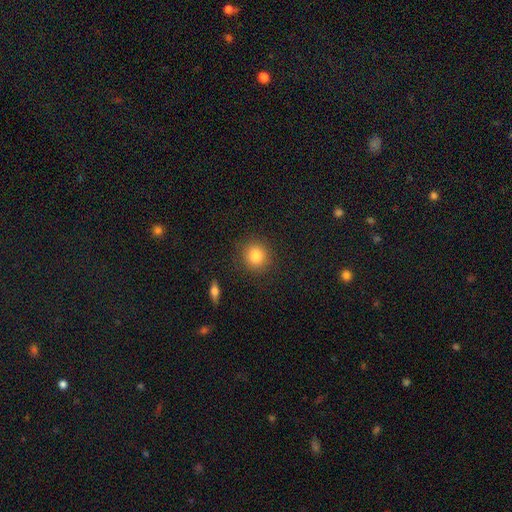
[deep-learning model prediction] The model was most divided on "smooth or featured": smooth: 82%, star or artifact: 11%, featured or disk: 8%. More confident: merging — none (88%); how rounded — round (87%).